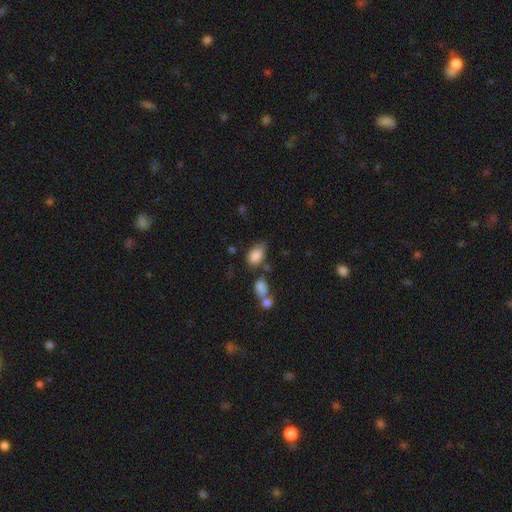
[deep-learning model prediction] Q: Smooth or featured?
A: smooth (85%); runner-up: star or artifact (8%)
Q: How rounded?
A: in between (89%); runner-up: round (9%)
Q: Merging?
A: none (55%); runner-up: minor disturbance (24%)